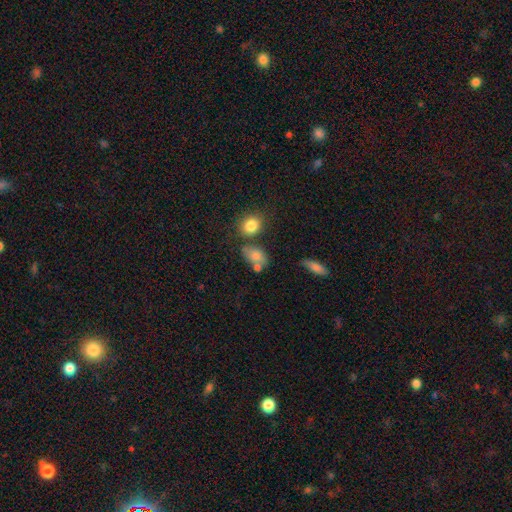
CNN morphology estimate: smooth_or_featured: smooth (p=0.76) [alt: featured or disk p=0.13]
how_rounded: in between (p=0.77) [alt: round p=0.21]
merging: none (p=0.48) [alt: merger p=0.25]